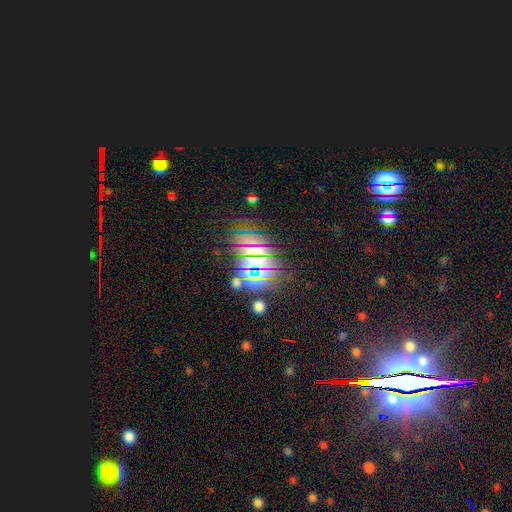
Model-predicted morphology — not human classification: Smooth or featured?
  - star or artifact: 73% *
  - smooth: 15%
  - featured or disk: 12%